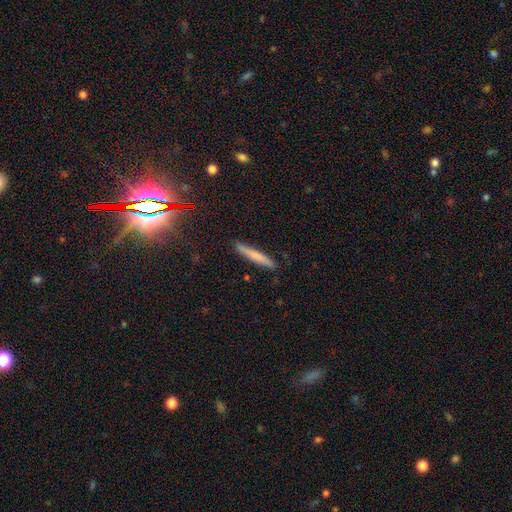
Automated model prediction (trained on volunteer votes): Smooth or featured: smooth — 67% (featured or disk — 26%)
How rounded: cigar-shaped — 95% (in between — 4%)
Merging: none — 87% (minor disturbance — 10%)